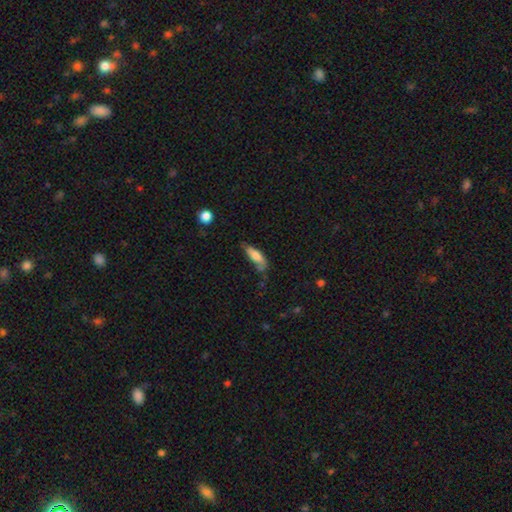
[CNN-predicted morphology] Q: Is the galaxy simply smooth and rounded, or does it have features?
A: smooth — 73%.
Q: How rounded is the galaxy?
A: in between — 53%.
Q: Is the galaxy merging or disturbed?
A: none — 49%.